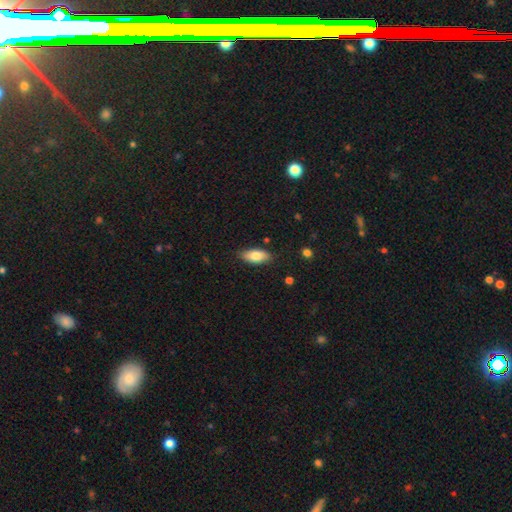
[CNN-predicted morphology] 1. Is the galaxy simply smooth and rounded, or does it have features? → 80% smooth, 13% featured or disk, 6% star or artifact.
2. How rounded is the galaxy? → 87% in between, 10% cigar-shaped, 3% round.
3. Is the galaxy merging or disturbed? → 84% none, 12% minor disturbance, 2% major disturbance, 1% merger.